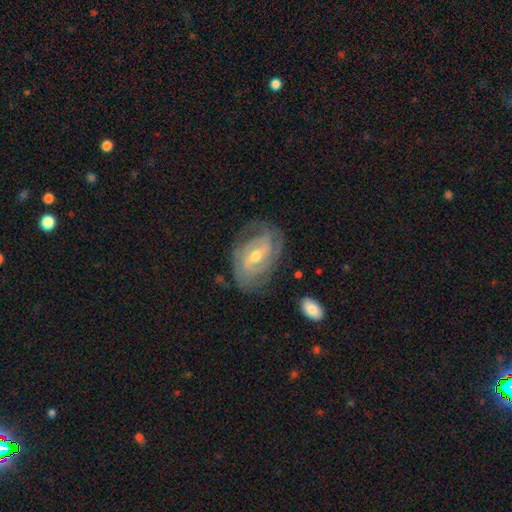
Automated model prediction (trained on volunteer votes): Smooth or featured? Predicted: featured or disk (p=0.86). Edge-on disk? Predicted: no (p=0.96). Bar? Predicted: weak (p=0.49). Spiral arms? Predicted: yes (p=0.94). Spiral winding? Predicted: tight (p=0.60). Spiral arm count? Predicted: 2 (p=0.36). Bulge size? Predicted: moderate (p=0.62). Merging? Predicted: none (p=0.73).